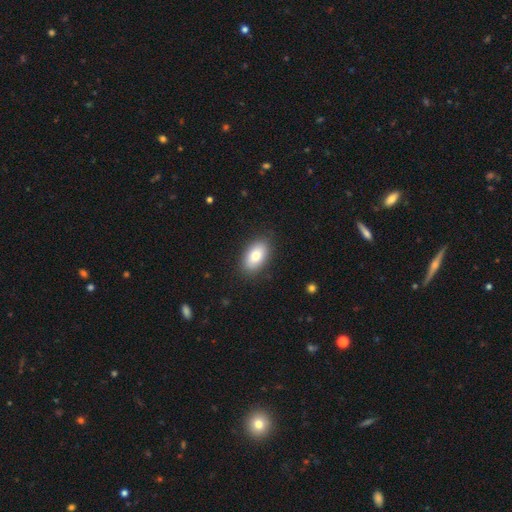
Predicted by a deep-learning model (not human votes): smooth_or_featured: smooth (p=0.78) [alt: featured or disk p=0.15]
how_rounded: in between (p=0.92) [alt: round p=0.06]
merging: none (p=0.86) [alt: minor disturbance p=0.10]